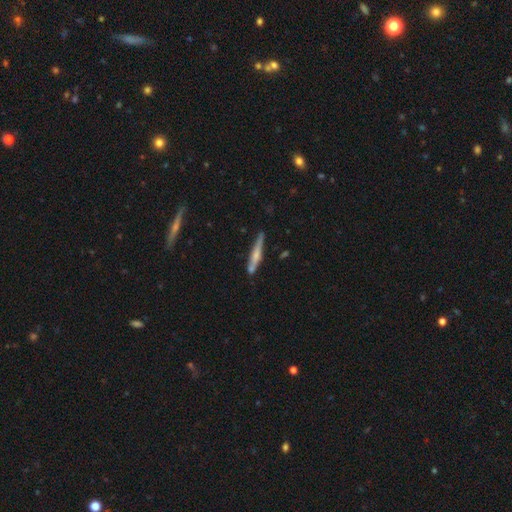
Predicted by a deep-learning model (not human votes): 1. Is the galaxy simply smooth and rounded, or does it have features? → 49% featured or disk, 44% smooth, 6% star or artifact.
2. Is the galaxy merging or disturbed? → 74% none, 16% minor disturbance, 7% merger, 3% major disturbance.